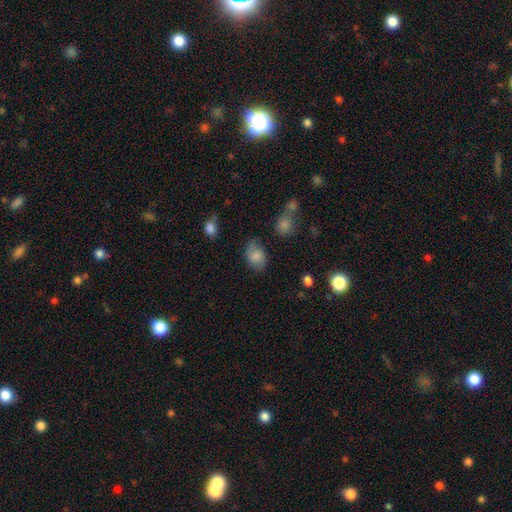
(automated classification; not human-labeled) Smooth or featured? smooth (76%)
How rounded? in between (79%)
Merging? none (73%)